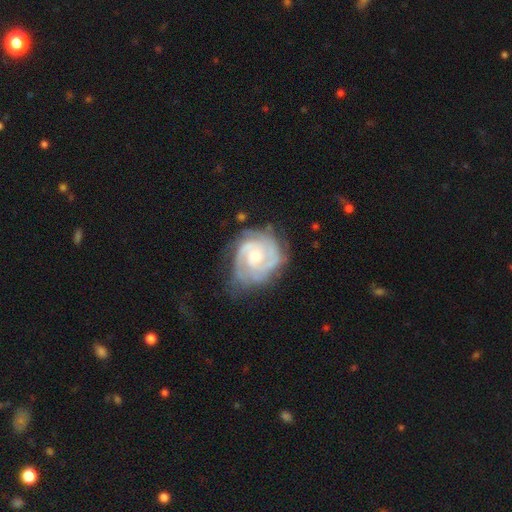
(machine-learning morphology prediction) smooth-or-featured: featured or disk: 88% | smooth: 7% | star or artifact: 4%
  disk-edge-on: no: 98% | yes: 2%
    bar: no: 64% | weak: 31% | strong: 5%
    has-spiral-arms: yes: 97% | no: 3%
      spiral-winding: tight: 66% | medium: 29% | loose: 5%
      spiral-arm-count: 2: 49% | 3: 22% | can't tell: 17% | 4: 5% | 1: 4% | more than 4: 4%
    bulge-size: moderate: 51% | small: 42% | large: 3% | none: 2% | dominant: 1%
  merging: none: 66% | minor disturbance: 23% | major disturbance: 9% | merger: 2%